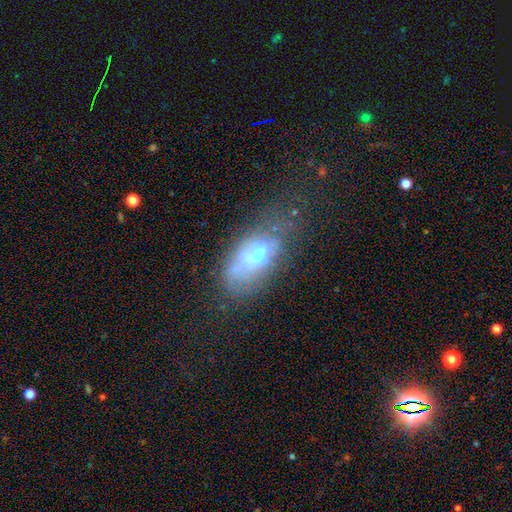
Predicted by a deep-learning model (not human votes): Morphology: type=smooth (47%); merging=none (35%).